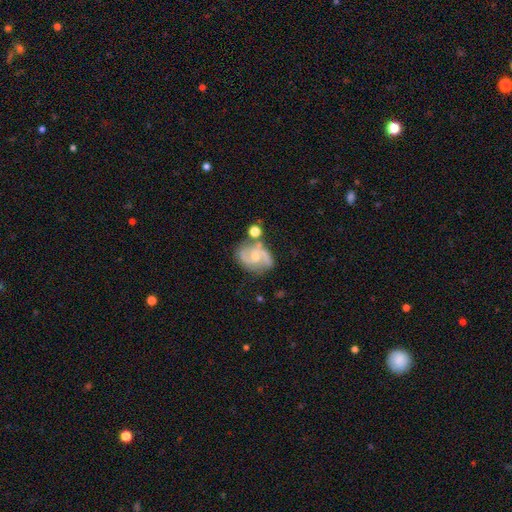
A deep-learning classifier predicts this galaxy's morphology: Smooth or featured?
  - featured or disk: 83% *
  - smooth: 10%
  - star or artifact: 6%
Edge-on disk?
  - no: 98% *
  - yes: 2%
Bar?
  - no: 50% *
  - weak: 42%
  - strong: 8%
Spiral arms?
  - yes: 96% *
  - no: 4%
Spiral winding?
  - medium: 56% *
  - loose: 25%
  - tight: 19%
Spiral arm count?
  - 2: 88% *
  - can't tell: 4%
  - 3: 4%
  - 1: 2%
  - 4: 1%
  - more than 4: 1%
Bulge size?
  - small: 51% *
  - moderate: 41%
  - none: 6%
  - large: 2%
  - dominant: 1%
Merging?
  - none: 63% *
  - minor disturbance: 19%
  - merger: 11%
  - major disturbance: 7%